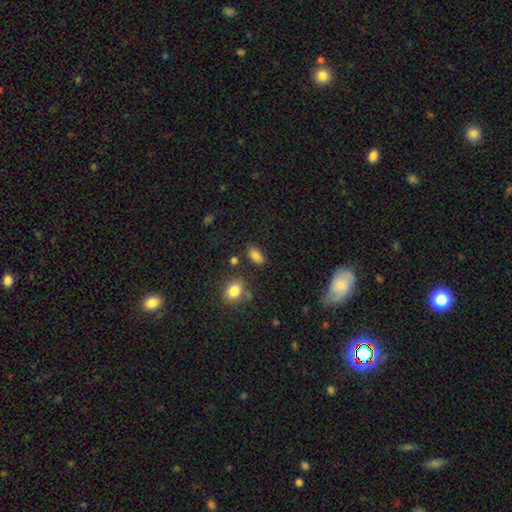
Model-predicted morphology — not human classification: smooth_or_featured: smooth (p=0.84) [alt: star or artifact p=0.10]
how_rounded: in between (p=0.89) [alt: round p=0.08]
merging: none (p=0.80) [alt: minor disturbance p=0.12]